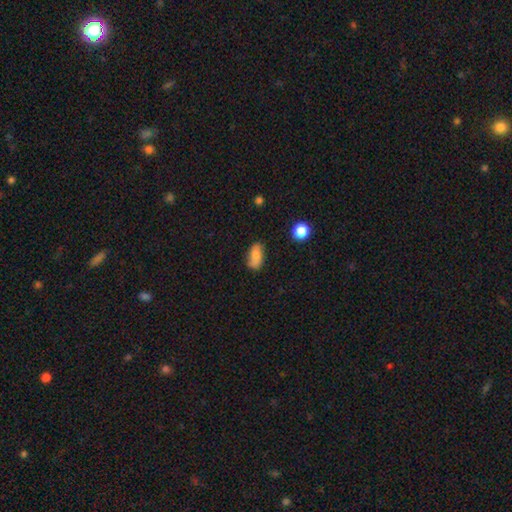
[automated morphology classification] type=smooth (74%); roundness=in between (89%); merging=none (71%).